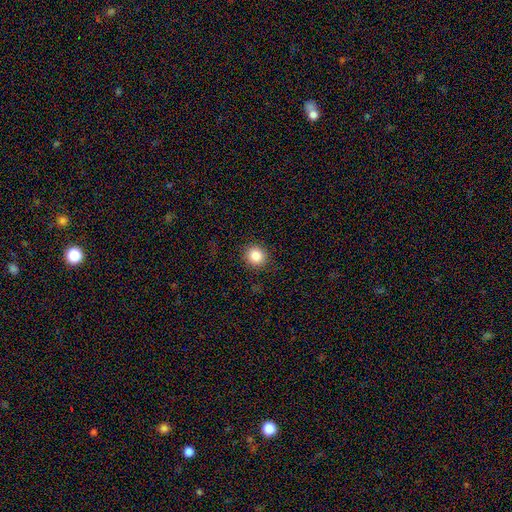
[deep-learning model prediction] A smooth galaxy with no disk features (85%) that is round (90%).

Vote fractions:
- Smooth or featured? smooth: 85% / star or artifact: 10% / featured or disk: 5%
- How rounded? round: 90% / in between: 9% / cigar-shaped: 1%
- Merging? none: 89% / minor disturbance: 7% / major disturbance: 3% / merger: 1%